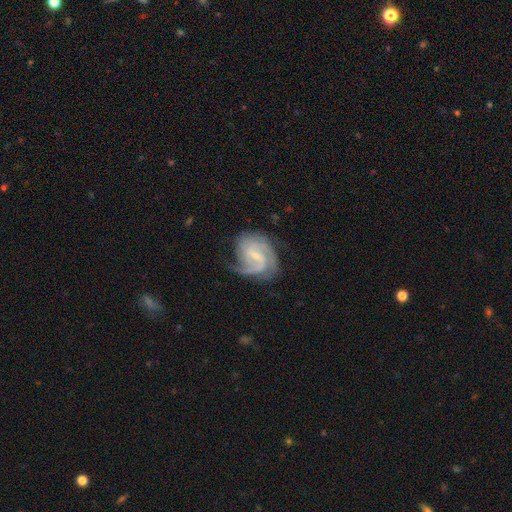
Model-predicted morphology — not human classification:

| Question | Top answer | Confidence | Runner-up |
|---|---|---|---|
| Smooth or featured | featured or disk | 87% | smooth (8%) |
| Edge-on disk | no | 98% | yes (2%) |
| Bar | weak | 57% | no (26%) |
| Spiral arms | yes | 97% | no (3%) |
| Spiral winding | medium | 47% | tight (38%) |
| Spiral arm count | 2 | 46% | 3 (24%) |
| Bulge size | small | 67% | moderate (19%) |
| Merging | none | 62% | minor disturbance (22%) |